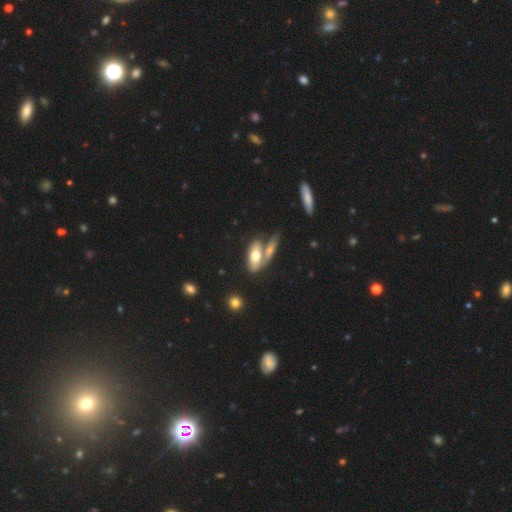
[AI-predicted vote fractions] A smooth galaxy with no disk features (64%) that is in between round and cigar-shaped (78%). Merging: merger (46%).